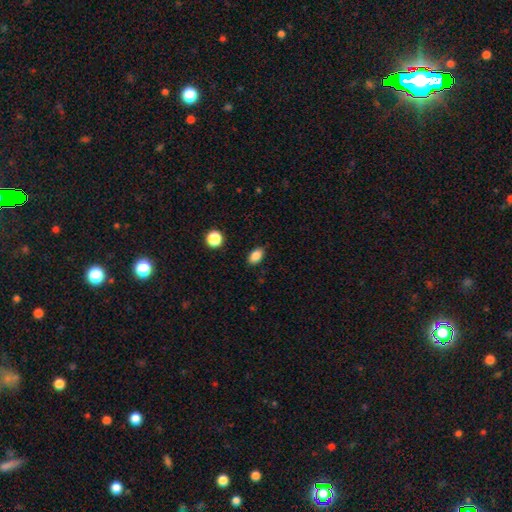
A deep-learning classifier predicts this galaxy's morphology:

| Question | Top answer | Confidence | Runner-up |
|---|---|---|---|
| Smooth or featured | smooth | 86% | star or artifact (9%) |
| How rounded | in between | 86% | round (13%) |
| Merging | none | 87% | minor disturbance (10%) |